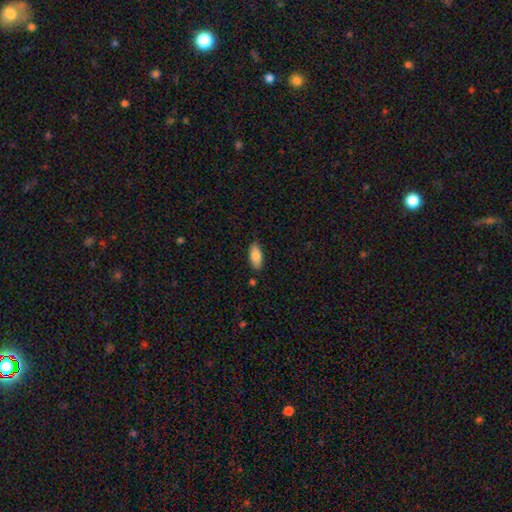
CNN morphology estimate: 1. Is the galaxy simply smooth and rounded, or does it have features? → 84% smooth, 10% featured or disk, 6% star or artifact.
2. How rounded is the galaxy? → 85% in between, 13% cigar-shaped, 2% round.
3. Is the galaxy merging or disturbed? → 85% none, 11% minor disturbance, 2% major disturbance, 2% merger.